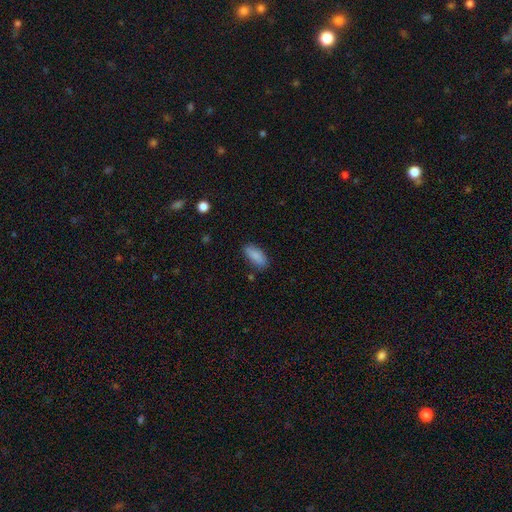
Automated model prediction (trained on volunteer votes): Smooth or featured? smooth (87%)
How rounded? in between (81%)
Merging? none (78%)